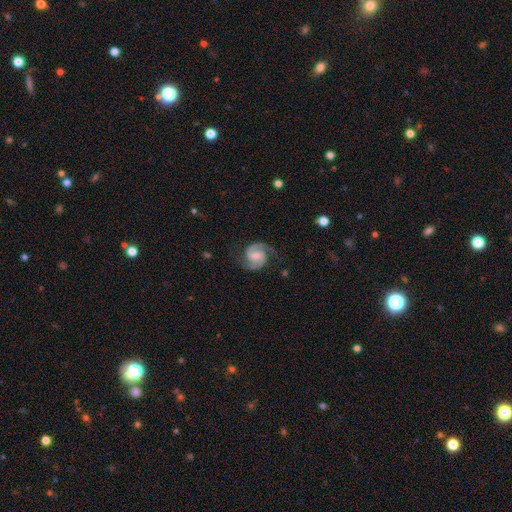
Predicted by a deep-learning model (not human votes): smooth_or_featured: featured or disk (p=0.91) [alt: smooth p=0.05]
disk_edge_on: no (p=0.98) [alt: yes p=0.02]
bar: weak (p=0.46) [alt: no p=0.41]
has_spiral_arms: yes (p=0.98) [alt: no p=0.02]
spiral_winding: medium (p=0.57) [alt: tight p=0.30]
spiral_arm_count: 2 (p=0.94) [alt: can't tell p=0.02]
bulge_size: small (p=0.43) [alt: moderate p=0.42]
merging: none (p=0.80) [alt: minor disturbance p=0.14]